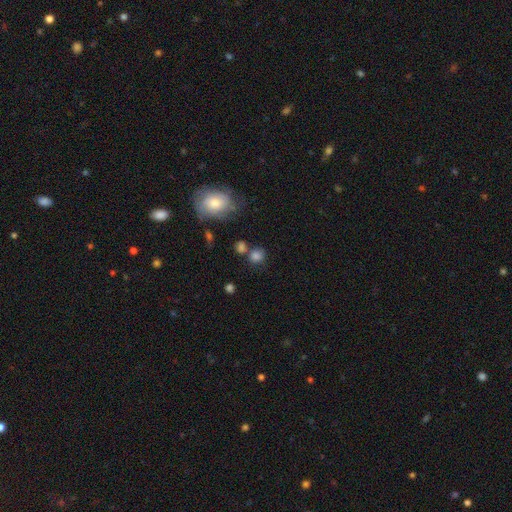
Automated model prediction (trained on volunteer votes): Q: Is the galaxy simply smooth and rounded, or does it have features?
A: smooth — 81%.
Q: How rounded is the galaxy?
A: round — 80%.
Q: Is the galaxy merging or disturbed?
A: none — 64%.